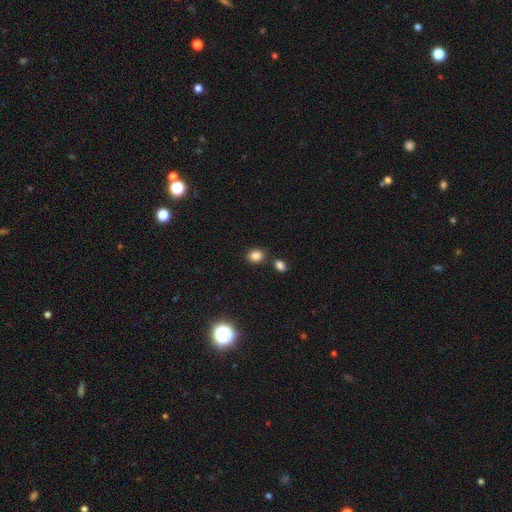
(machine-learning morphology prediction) Smooth or featured? Predicted: smooth (p=0.83). How rounded? Predicted: round (p=0.54). Merging? Predicted: none (p=0.77).